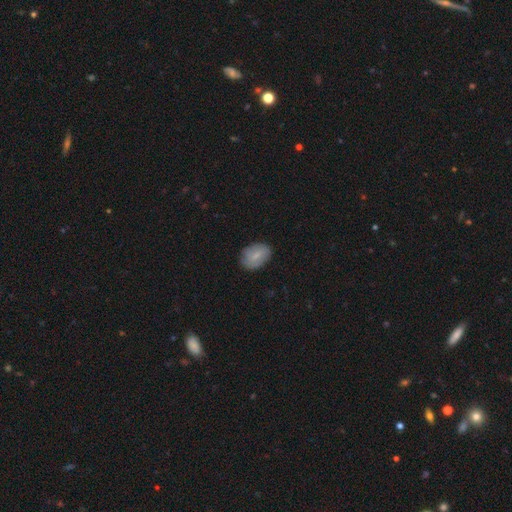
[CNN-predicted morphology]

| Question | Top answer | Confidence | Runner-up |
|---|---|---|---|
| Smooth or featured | smooth | 71% | featured or disk (22%) |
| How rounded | in between | 83% | round (16%) |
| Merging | none | 81% | minor disturbance (15%) |